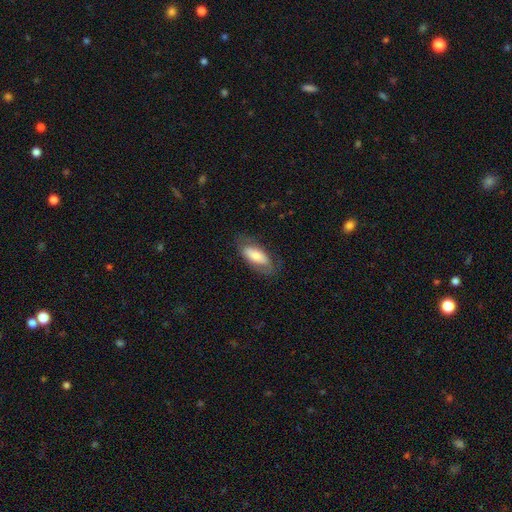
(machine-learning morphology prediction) smooth_or_featured: smooth (p=0.65) [alt: featured or disk p=0.29]
how_rounded: in between (p=0.83) [alt: cigar-shaped p=0.14]
merging: none (p=0.71) [alt: minor disturbance p=0.19]